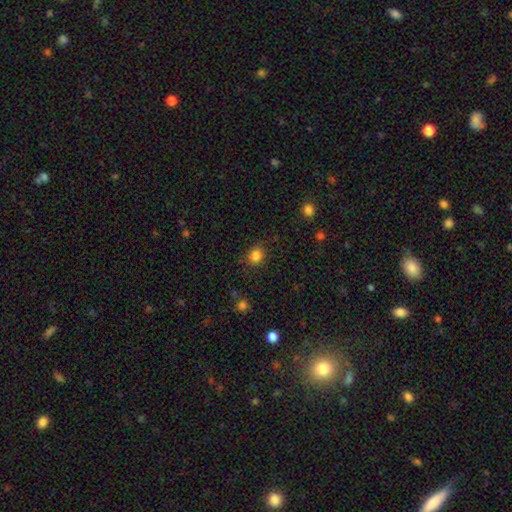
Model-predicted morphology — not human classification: Smooth or featured? Predicted: smooth (p=0.84). How rounded? Predicted: round (p=0.73). Merging? Predicted: none (p=0.84).